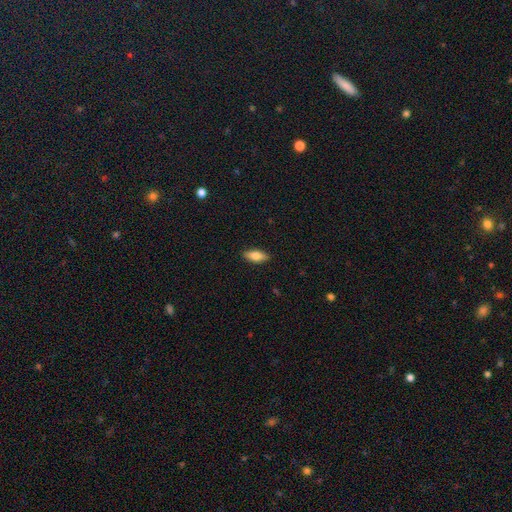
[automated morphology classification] Q: Smooth or featured?
A: smooth (73%); runner-up: featured or disk (21%)
Q: How rounded?
A: in between (78%); runner-up: cigar-shaped (19%)
Q: Merging?
A: none (89%); runner-up: minor disturbance (9%)